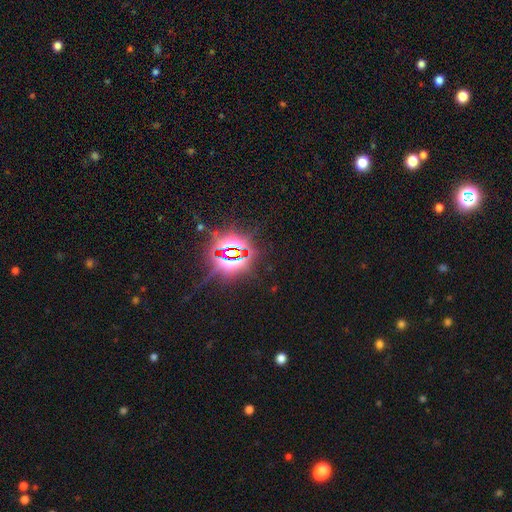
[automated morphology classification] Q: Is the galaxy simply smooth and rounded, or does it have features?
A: star or artifact — 84%.